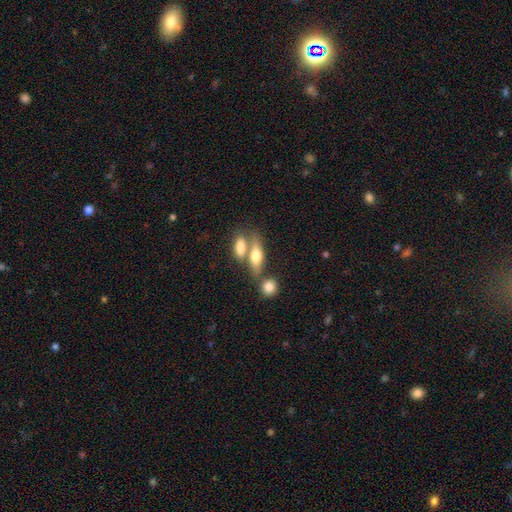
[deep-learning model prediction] Smooth or featured: smooth — 67% (featured or disk — 26%)
How rounded: in between — 64% (cigar-shaped — 29%)
Merging: none — 43% (merger — 42%)